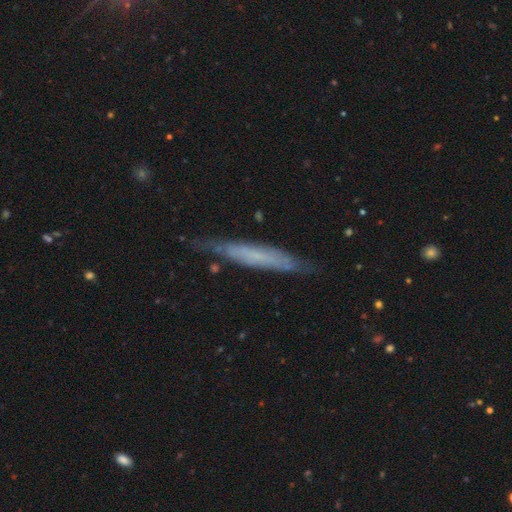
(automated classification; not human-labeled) Smooth or featured? featured or disk (48%)
Merging? none (73%)